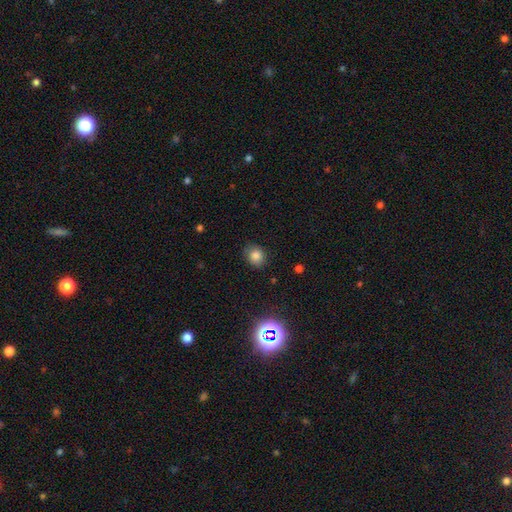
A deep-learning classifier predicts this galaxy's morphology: The model was most divided on "how rounded": round: 56%, in between: 43%, cigar-shaped: 1%. More confident: smooth or featured — smooth (82%); merging — none (80%).